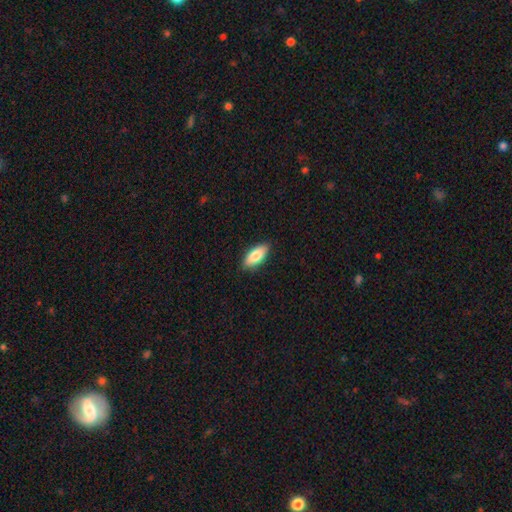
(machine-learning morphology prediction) Overall: smooth (81%). How rounded: in between (83%). Merging: none (88%).